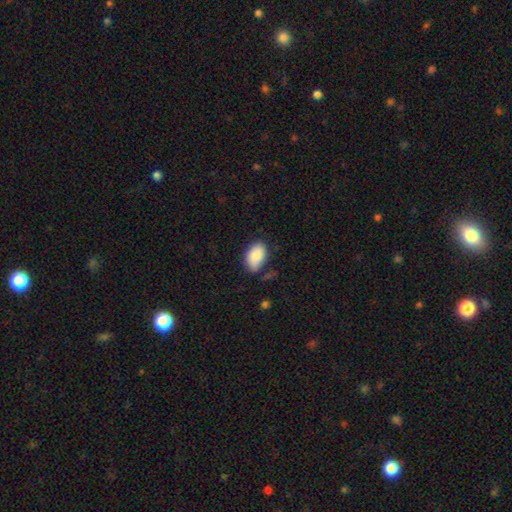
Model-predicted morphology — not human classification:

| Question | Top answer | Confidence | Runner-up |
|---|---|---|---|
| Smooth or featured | smooth | 87% | featured or disk (7%) |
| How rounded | in between | 92% | round (7%) |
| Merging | none | 70% | minor disturbance (22%) |